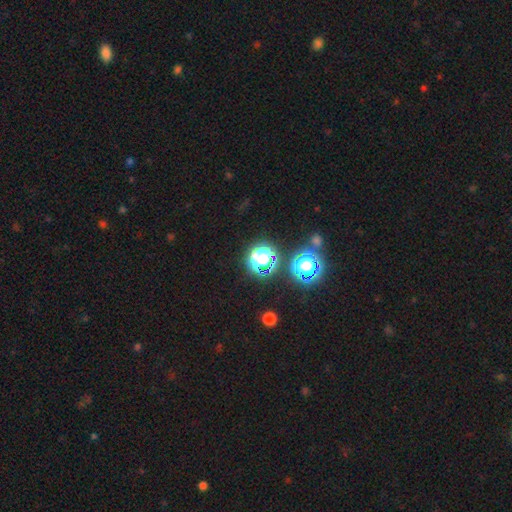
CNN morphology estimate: smooth_or_featured: star or artifact (p=0.54) [alt: smooth p=0.37]